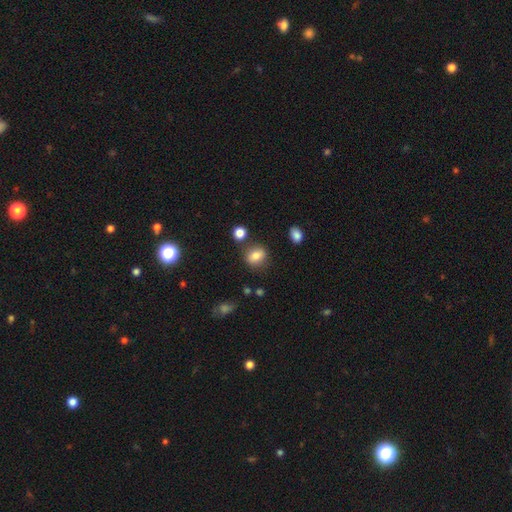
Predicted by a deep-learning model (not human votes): This appears to be a smooth galaxy with no disk features (78%) that is round (55%). Merging: none (78%).